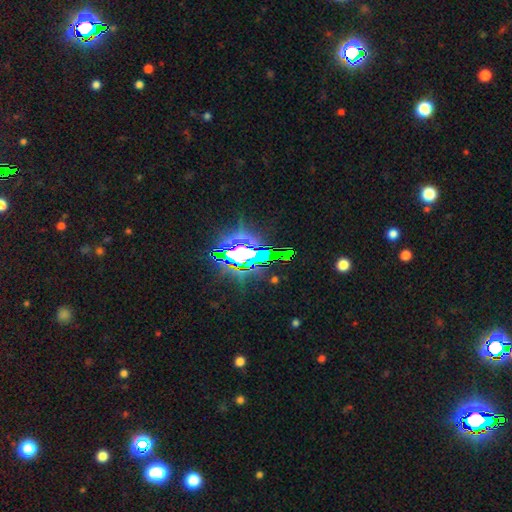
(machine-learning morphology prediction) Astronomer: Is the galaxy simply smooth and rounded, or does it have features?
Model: star or artifact — 77%.